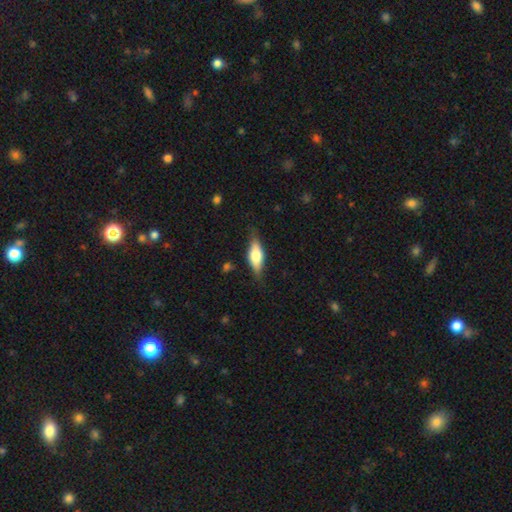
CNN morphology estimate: smooth-or-featured: smooth: 53% | featured or disk: 41% | star or artifact: 7%
  how-rounded: in between: 68% | cigar-shaped: 29% | round: 3%
  merging: none: 77% | minor disturbance: 17% | major disturbance: 4% | merger: 1%